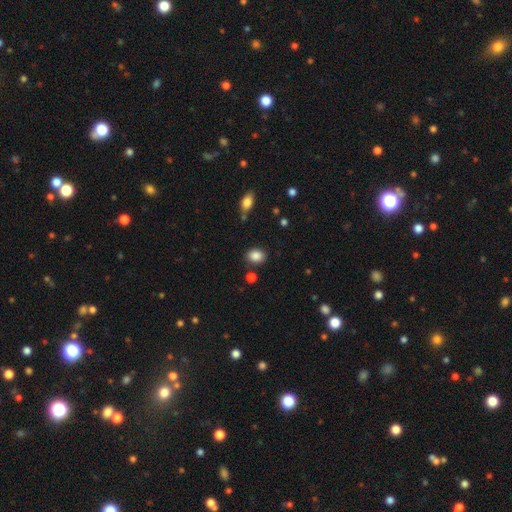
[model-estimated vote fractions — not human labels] This is clearly a smooth galaxy (87%). How rounded: likely in between (61%). Merging: clearly none (81%).